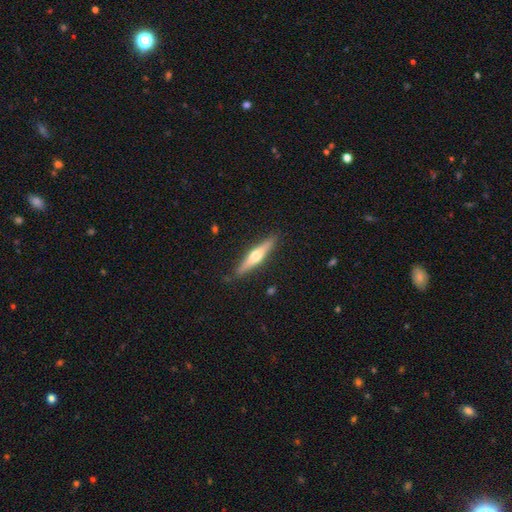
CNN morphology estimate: Overall: featured or disk (59%; smooth 36%). Edge-on disk: yes (96%). Edge-on bulge: rounded (91%). Merging: none (88%).